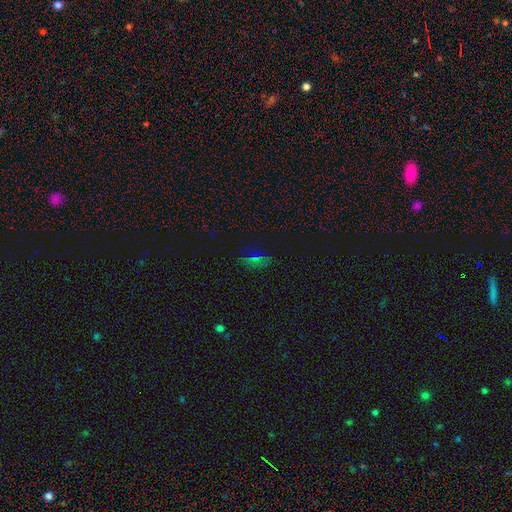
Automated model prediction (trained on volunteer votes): Smooth or featured? Predicted: smooth (p=0.45). Merging? Predicted: none (p=0.83).